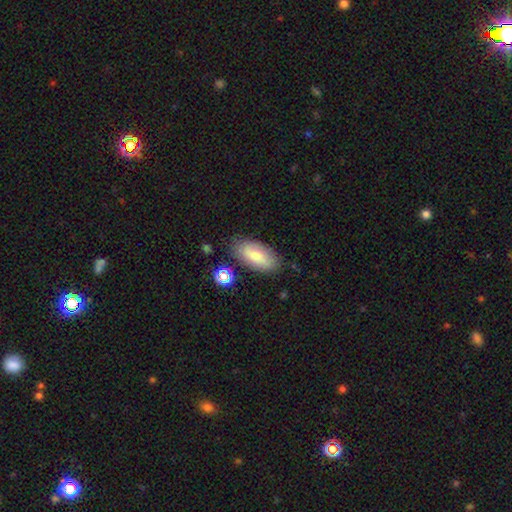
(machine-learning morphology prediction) smooth-or-featured: smooth: 72% | featured or disk: 20% | star or artifact: 8%
  how-rounded: in between: 90% | cigar-shaped: 7% | round: 3%
  merging: none: 78% | minor disturbance: 15% | major disturbance: 4% | merger: 3%